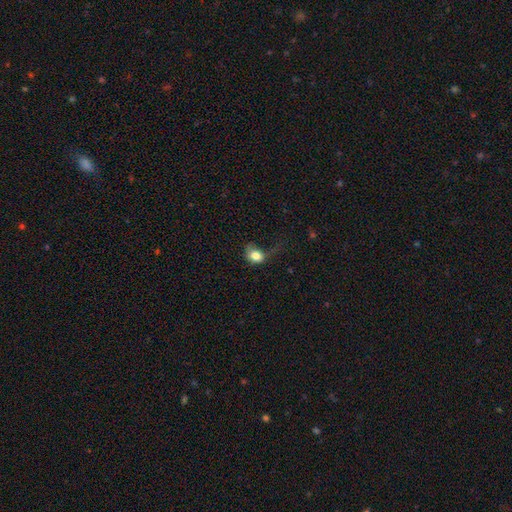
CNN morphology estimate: A smooth galaxy with no disk features (78%) that is round (52%).

Vote fractions:
- Smooth or featured? smooth: 78% / featured or disk: 13% / star or artifact: 9%
- How rounded? round: 52% / in between: 47% / cigar-shaped: 1%
- Merging? major disturbance: 42% / minor disturbance: 30% / none: 25% / merger: 3%